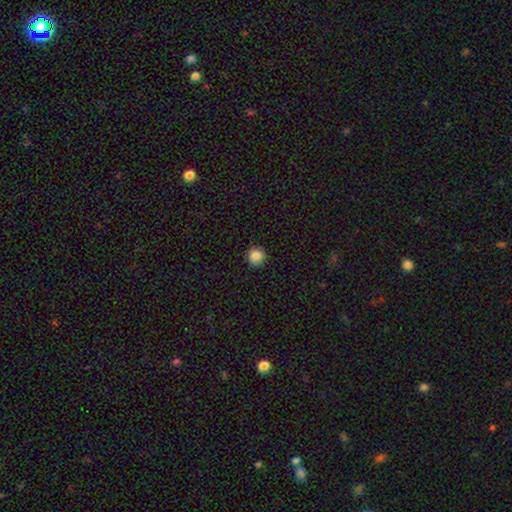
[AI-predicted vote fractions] smooth 85%, star or artifact 11%, featured or disk 4%. Down the decision tree: how rounded — round (96%); merging — none (92%).